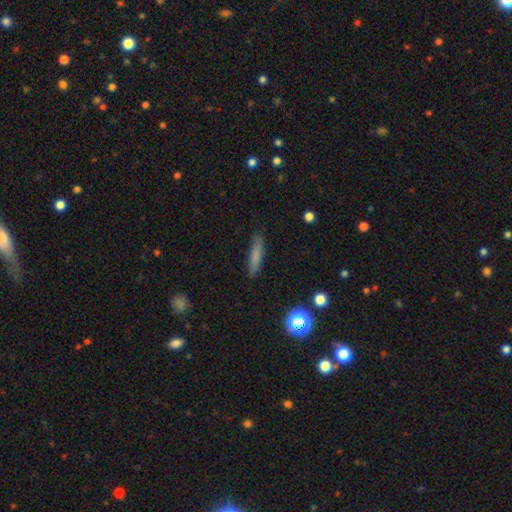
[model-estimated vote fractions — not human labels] smooth_or_featured: smooth (p=0.77) [alt: featured or disk p=0.15]
how_rounded: cigar-shaped (p=0.84) [alt: in between p=0.14]
merging: none (p=0.87) [alt: minor disturbance p=0.10]